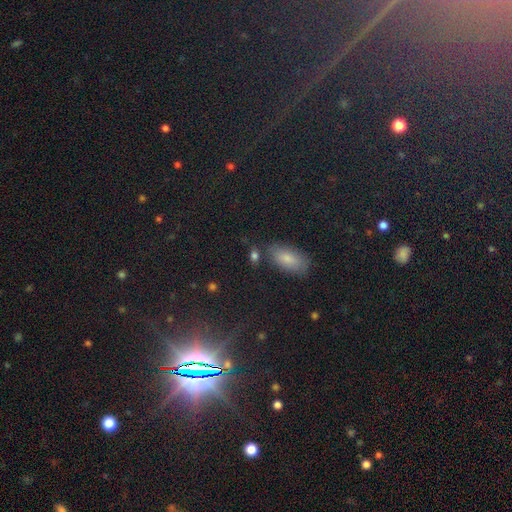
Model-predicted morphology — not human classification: smooth_or_featured: star or artifact (p=0.55) [alt: smooth p=0.34]